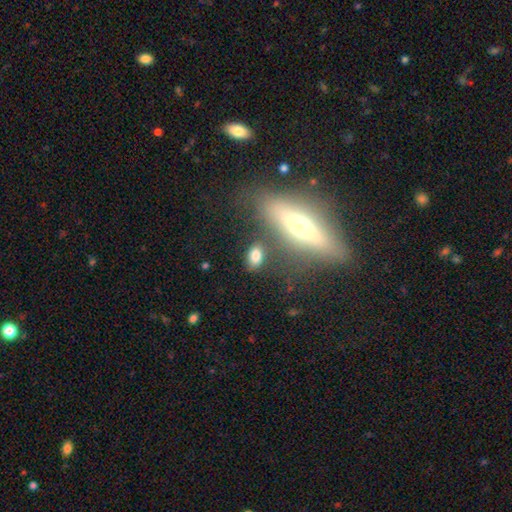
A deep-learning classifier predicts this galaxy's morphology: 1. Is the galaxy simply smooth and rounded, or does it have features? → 77% smooth, 12% featured or disk, 10% star or artifact.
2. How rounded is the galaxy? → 82% in between, 12% round, 6% cigar-shaped.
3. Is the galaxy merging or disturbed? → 75% none, 12% minor disturbance, 8% merger, 4% major disturbance.